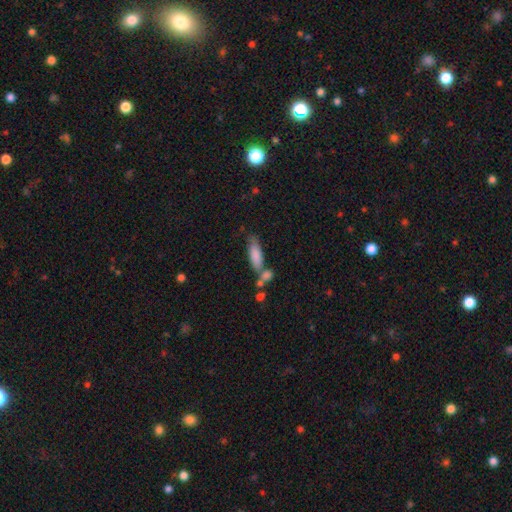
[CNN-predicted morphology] Smooth or featured? smooth (83%)
How rounded? in between (56%)
Merging? none (49%)